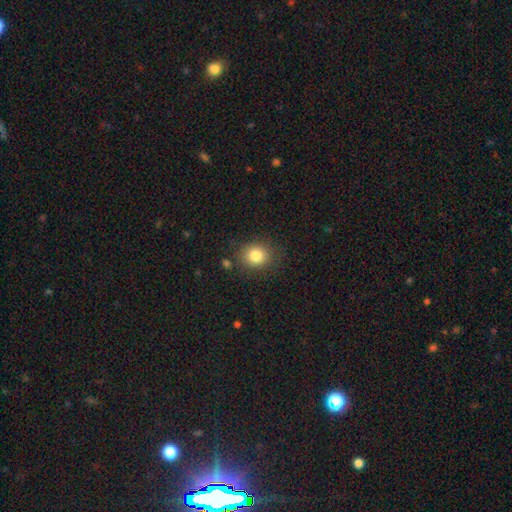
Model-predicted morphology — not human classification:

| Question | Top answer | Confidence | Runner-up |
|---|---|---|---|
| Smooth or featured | smooth | 83% | star or artifact (11%) |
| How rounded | round | 75% | in between (24%) |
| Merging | none | 84% | minor disturbance (10%) |